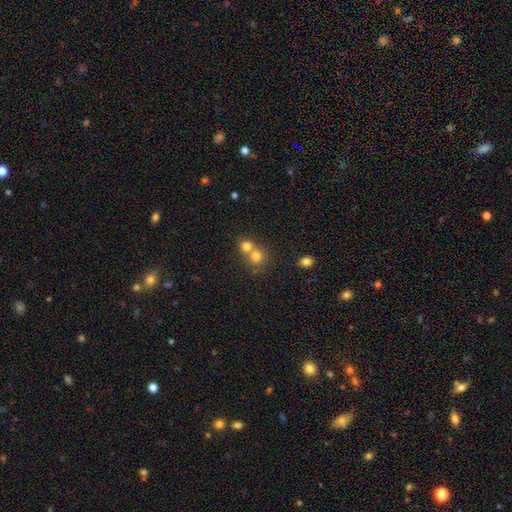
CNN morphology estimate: A smooth galaxy with no disk features (76%) that is round (86%).

Vote fractions:
- Smooth or featured? smooth: 76% / star or artifact: 13% / featured or disk: 11%
- How rounded? round: 86% / in between: 13% / cigar-shaped: 1%
- Merging? merger: 54% / none: 39% / minor disturbance: 5% / major disturbance: 2%